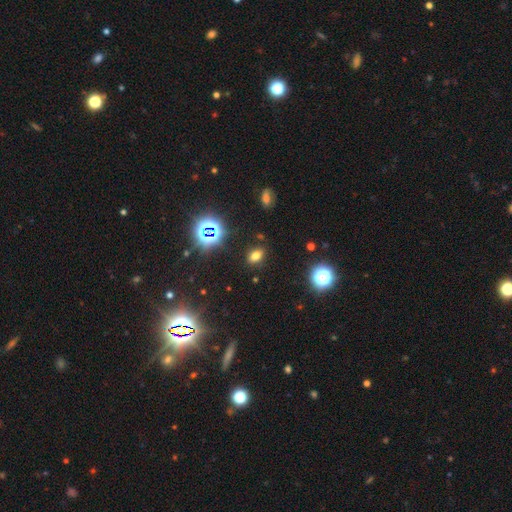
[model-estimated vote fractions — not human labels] Smooth or featured? Predicted: smooth (p=0.67). How rounded? Predicted: in between (p=0.75). Merging? Predicted: none (p=0.86).